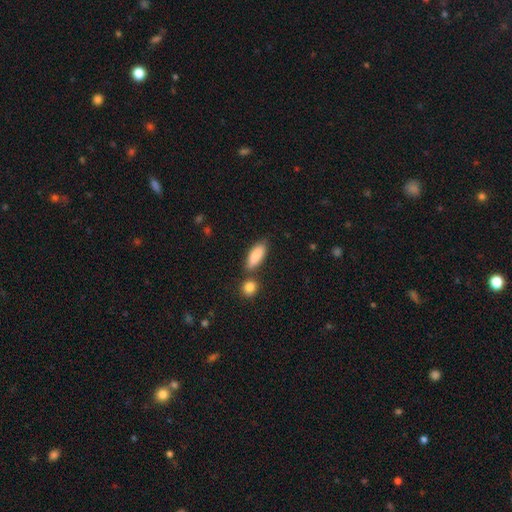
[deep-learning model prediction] A smooth galaxy with no disk features (86%) that is in between round and cigar-shaped (76%).

Vote fractions:
- Smooth or featured? smooth: 86% / featured or disk: 8% / star or artifact: 6%
- How rounded? in between: 76% / cigar-shaped: 22% / round: 3%
- Merging? none: 68% / merger: 14% / minor disturbance: 14% / major disturbance: 4%